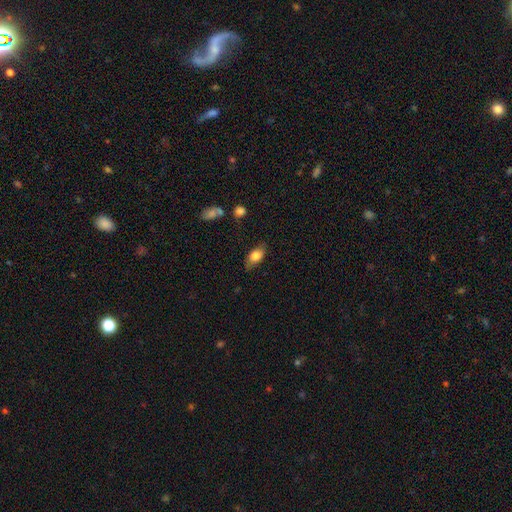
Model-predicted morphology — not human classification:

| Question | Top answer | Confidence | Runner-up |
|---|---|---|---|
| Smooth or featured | smooth | 79% | featured or disk (14%) |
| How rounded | in between | 87% | round (6%) |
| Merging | none | 76% | minor disturbance (18%) |